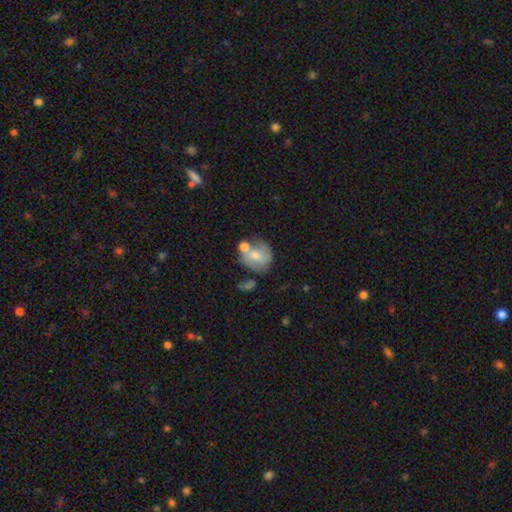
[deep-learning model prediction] The model was most divided on "merging": none: 41%, merger: 28%, minor disturbance: 20%, major disturbance: 11%. More confident: how rounded — round (69%); smooth or featured — smooth (60%).